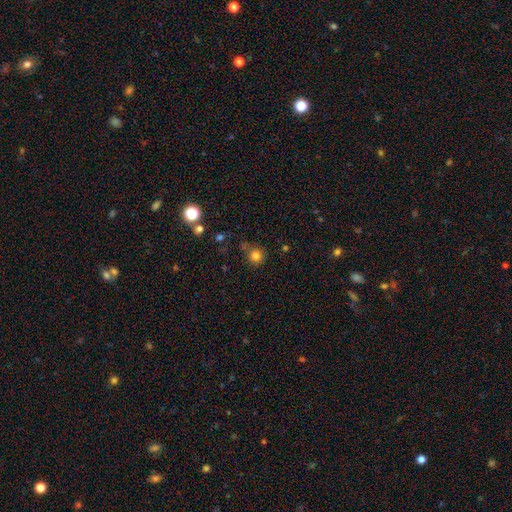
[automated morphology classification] Smooth or featured? smooth (80%)
How rounded? round (92%)
Merging? none (74%)